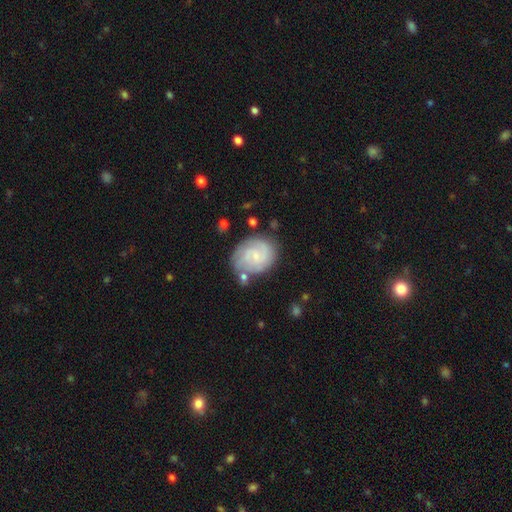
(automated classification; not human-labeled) A featured or disk galaxy (68%) with no bar (57%), 2 (38%) tight (55%) spiral arms (91%) and a small central bulge (74%). Merging: none (67%).